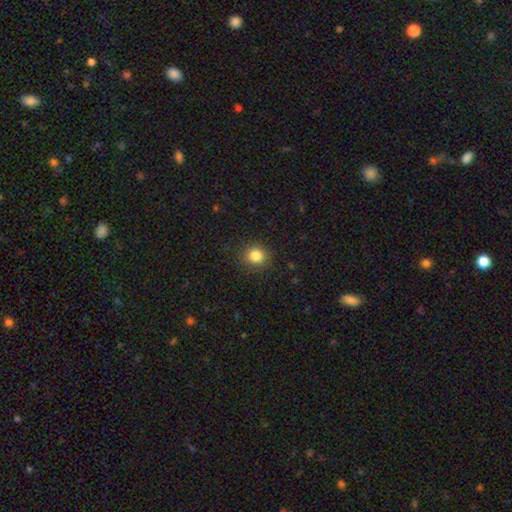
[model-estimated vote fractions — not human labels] A smooth galaxy with no disk features (83%) that is round (87%). Merging: none (89%).